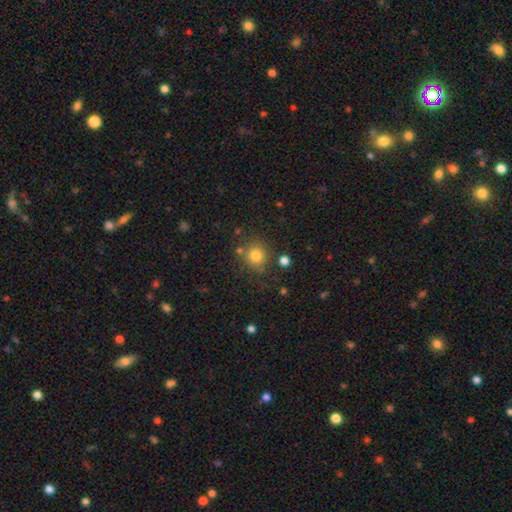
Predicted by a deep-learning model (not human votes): The model was most divided on "merging": none: 77%, minor disturbance: 12%, merger: 7%, major disturbance: 4%. More confident: how rounded — round (86%); smooth or featured — smooth (80%).